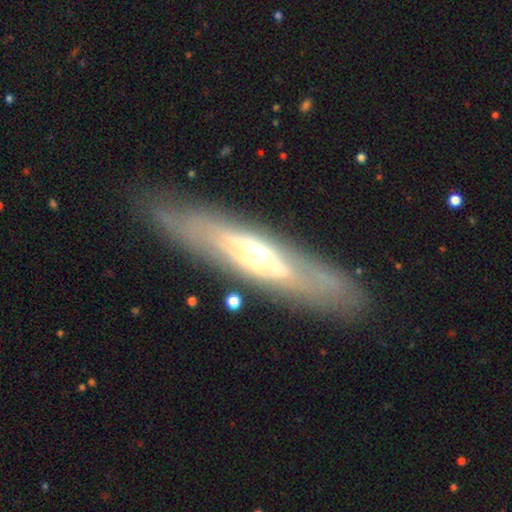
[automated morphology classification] The model was most divided on "edge-on disk": no: 51%, yes: 49%. More confident: merging — none (81%); smooth or featured — featured or disk (69%).